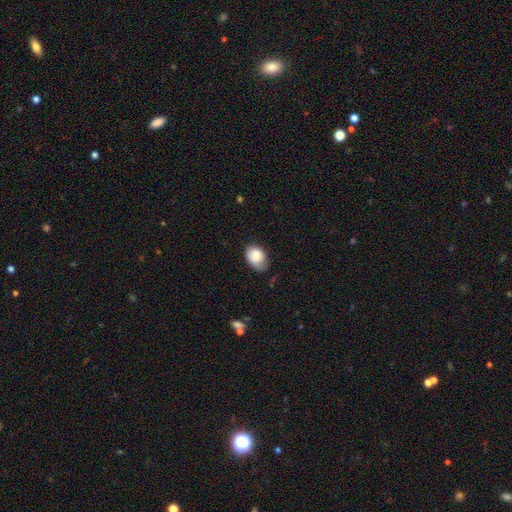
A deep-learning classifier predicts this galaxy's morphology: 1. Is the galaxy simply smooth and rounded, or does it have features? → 84% smooth, 9% featured or disk, 7% star or artifact.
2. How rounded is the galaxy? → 75% in between, 24% round, 1% cigar-shaped.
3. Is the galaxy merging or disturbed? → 49% none, 39% minor disturbance, 10% major disturbance, 2% merger.